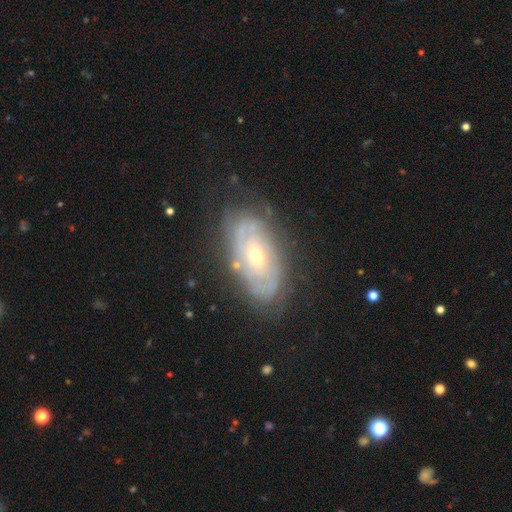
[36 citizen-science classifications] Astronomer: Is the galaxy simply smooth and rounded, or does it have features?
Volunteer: featured or disk — 75%.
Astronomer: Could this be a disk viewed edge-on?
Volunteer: no — 93%.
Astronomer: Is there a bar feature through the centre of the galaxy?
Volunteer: no — 96%.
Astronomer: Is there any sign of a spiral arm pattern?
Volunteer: yes — 64%.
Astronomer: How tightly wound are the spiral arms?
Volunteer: tight — 50% (runner-up: medium, 44%).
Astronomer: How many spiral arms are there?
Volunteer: can't tell — 69%.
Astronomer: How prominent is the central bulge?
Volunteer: small — 68%.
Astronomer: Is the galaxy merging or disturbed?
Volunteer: none — 59% (runner-up: minor disturbance, 35%).